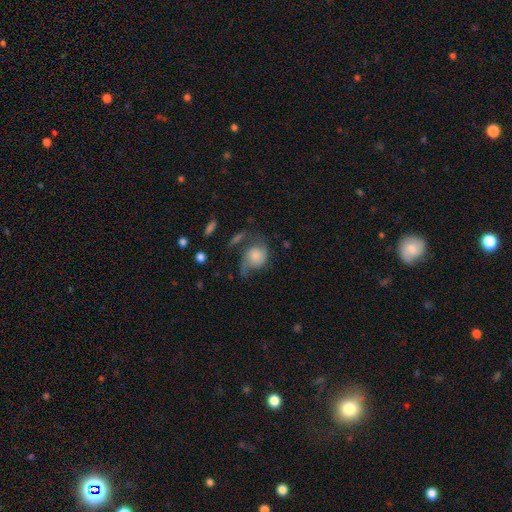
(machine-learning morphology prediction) Smooth or featured: smooth — 48% (featured or disk — 44%)
Merging: none — 35% (major disturbance — 31%)